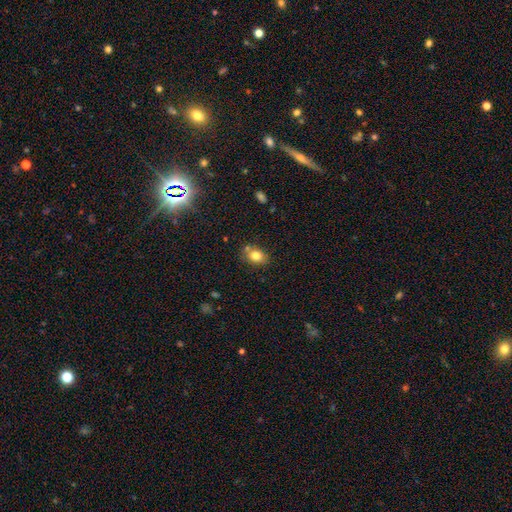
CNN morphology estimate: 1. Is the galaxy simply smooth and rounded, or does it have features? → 80% smooth, 10% star or artifact, 10% featured or disk.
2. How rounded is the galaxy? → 66% in between, 33% round, 1% cigar-shaped.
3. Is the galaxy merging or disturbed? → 69% none, 15% minor disturbance, 12% merger, 4% major disturbance.